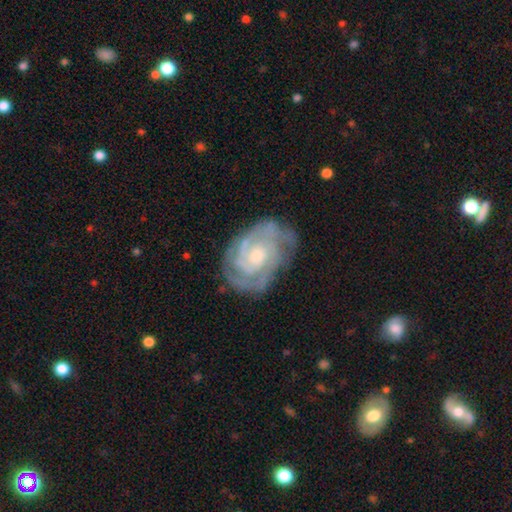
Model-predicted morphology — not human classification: featured or disk 88%, smooth 7%, star or artifact 5%. Down the decision tree: edge-on disk — no (97%); bar — no (69%); spiral arms — yes (97%); spiral arm count — 2 (32%); spiral winding — tight (70%); bulge size — small (53%); merging — none (75%).